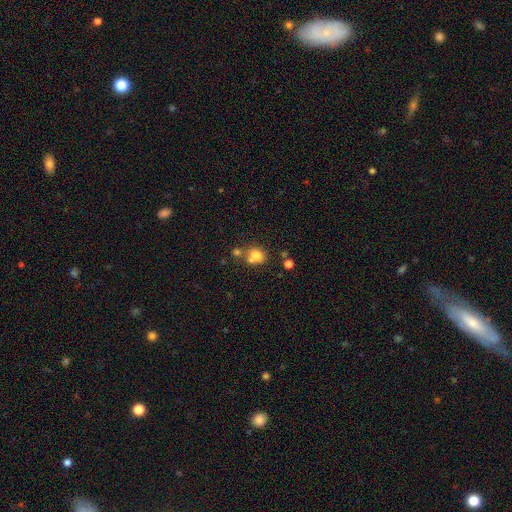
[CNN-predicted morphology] Smooth or featured: smooth — 75% (star or artifact — 13%)
How rounded: round — 62% (in between — 37%)
Merging: none — 49% (merger — 35%)